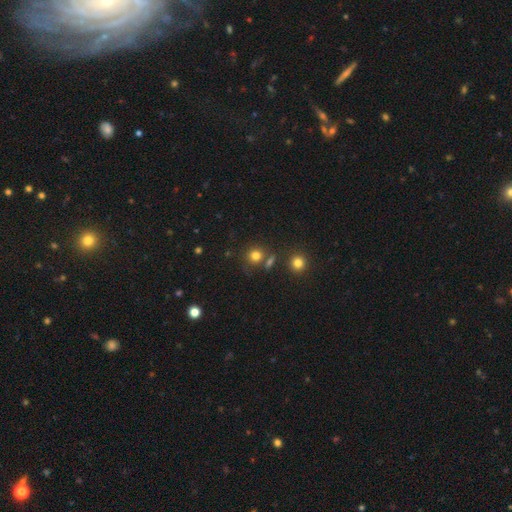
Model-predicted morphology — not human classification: Smooth or featured: smooth — 78% (star or artifact — 15%)
How rounded: round — 86% (in between — 13%)
Merging: none — 70% (merger — 15%)